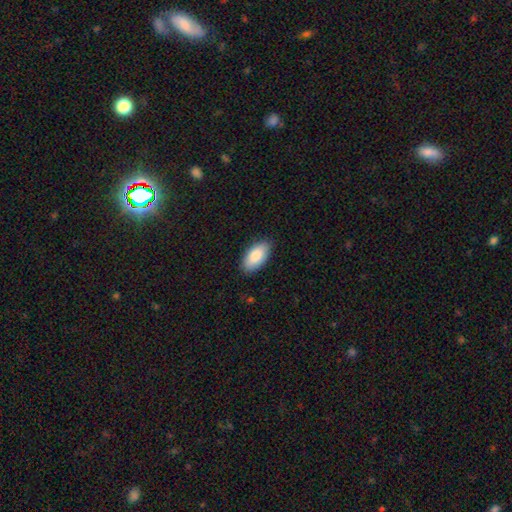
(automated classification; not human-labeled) This is clearly a smooth galaxy (85%). How rounded: clearly in between (94%). Merging: clearly none (86%).